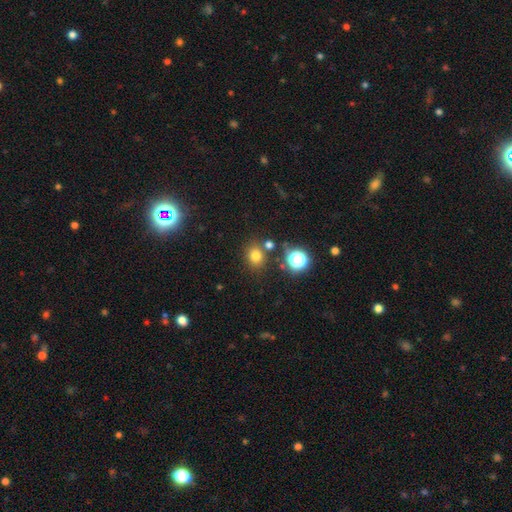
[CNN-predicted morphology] type=smooth (74%); roundness=round (68%); merging=none (75%).